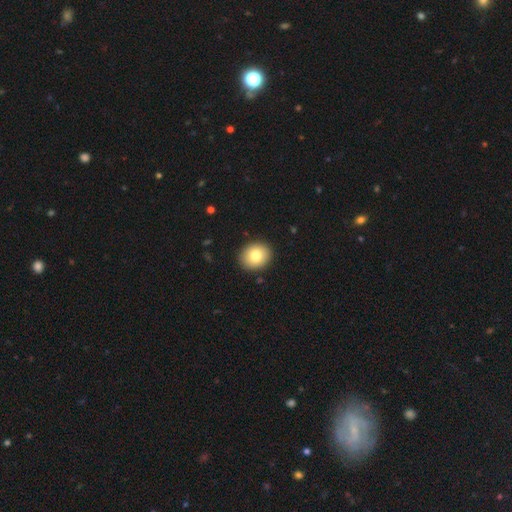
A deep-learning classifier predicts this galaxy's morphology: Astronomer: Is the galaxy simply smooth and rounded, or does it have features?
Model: smooth — 83%.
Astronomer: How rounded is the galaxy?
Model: round — 64%.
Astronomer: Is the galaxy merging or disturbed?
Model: none — 91%.